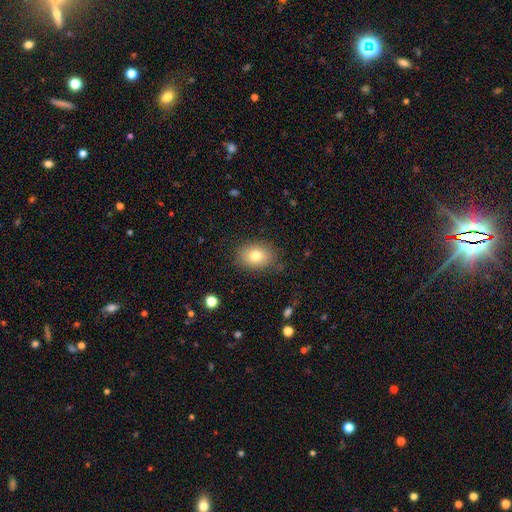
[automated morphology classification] The model was most divided on "how rounded": in between: 68%, round: 31%, cigar-shaped: 1%. More confident: merging — none (83%); smooth or featured — smooth (78%).